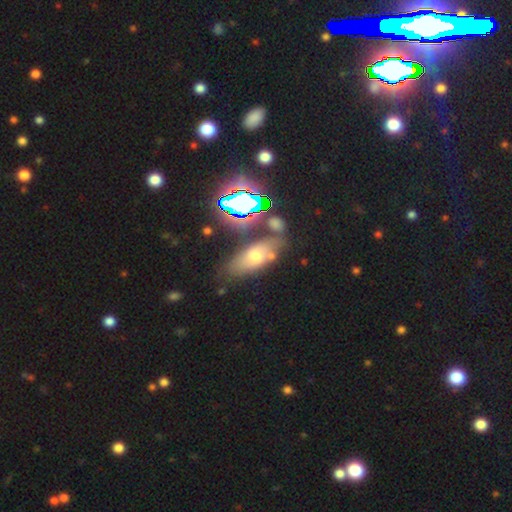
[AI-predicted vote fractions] A smooth galaxy with no disk features (52%) that is in between round and cigar-shaped (76%).

Vote fractions:
- Smooth or featured? smooth: 52% / star or artifact: 24% / featured or disk: 24%
- How rounded? in between: 76% / cigar-shaped: 14% / round: 10%
- Merging? none: 65% / minor disturbance: 16% / merger: 12% / major disturbance: 7%